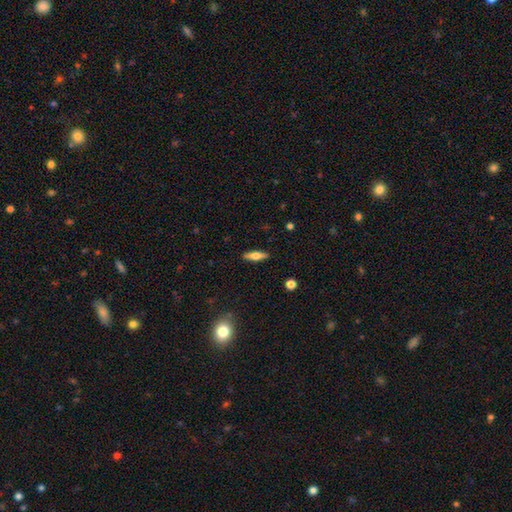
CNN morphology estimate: The model was most divided on "smooth or featured": smooth: 52%, featured or disk: 42%, star or artifact: 6%. More confident: merging — none (90%); how rounded — cigar-shaped (55%).